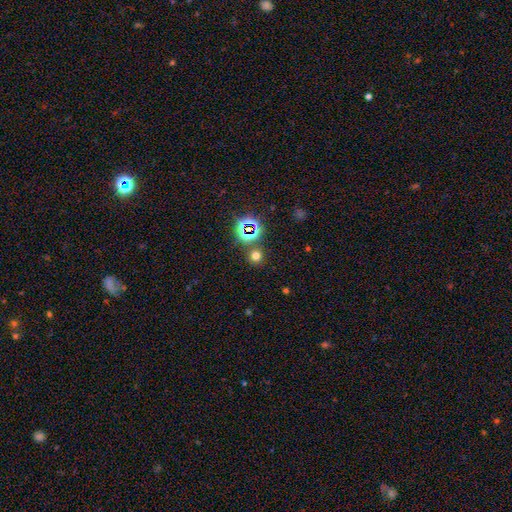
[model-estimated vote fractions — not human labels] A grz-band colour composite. It shows a smooth galaxy with no disk features (64%) that is round (92%). Merging: none (83%).